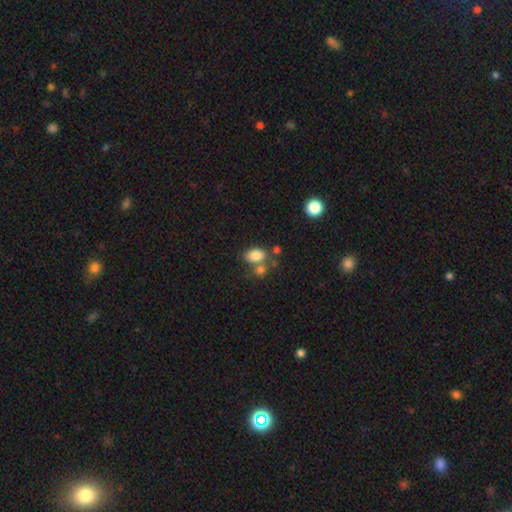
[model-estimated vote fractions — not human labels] Morphology: type=smooth (82%); roundness=in between (80%); merging=none (52%).